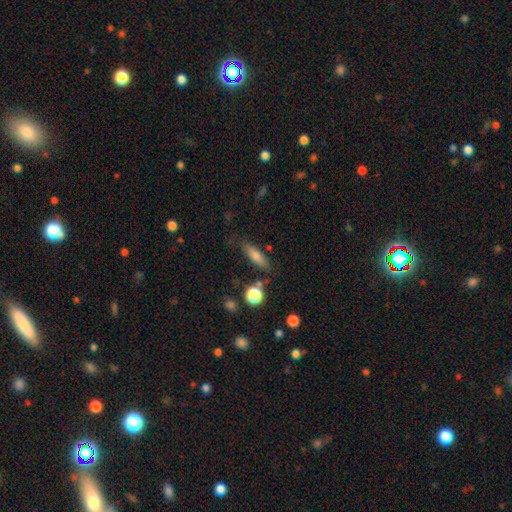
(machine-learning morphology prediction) A smooth galaxy with no disk features (73%) that is cigar-shaped (50%).

Vote fractions:
- Smooth or featured? smooth: 73% / featured or disk: 17% / star or artifact: 10%
- How rounded? cigar-shaped: 50% / in between: 46% / round: 4%
- Merging? none: 74% / minor disturbance: 16% / major disturbance: 5% / merger: 4%